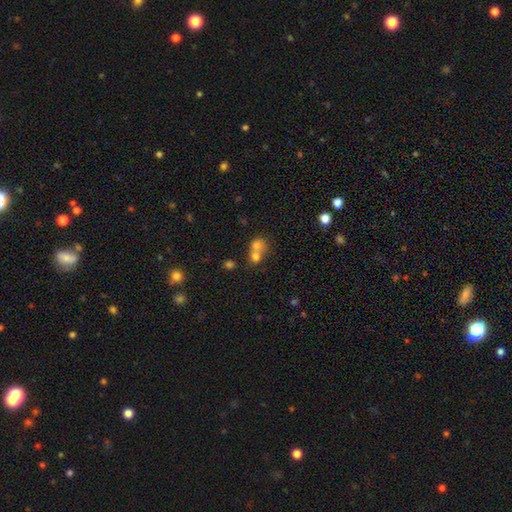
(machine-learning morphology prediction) type=smooth (72%); roundness=round (71%); merging=merger (65%).